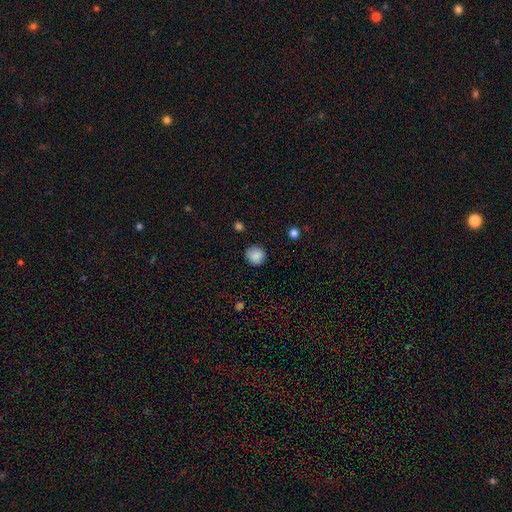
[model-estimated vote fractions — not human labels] This appears to be a smooth galaxy with no disk features (88%) that is round (90%). Merging: none (87%).